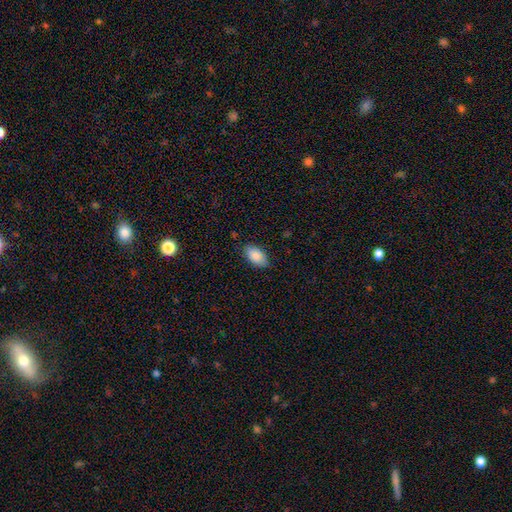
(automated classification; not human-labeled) Overall: smooth (88%). How rounded: in between (94%). Merging: none (83%).